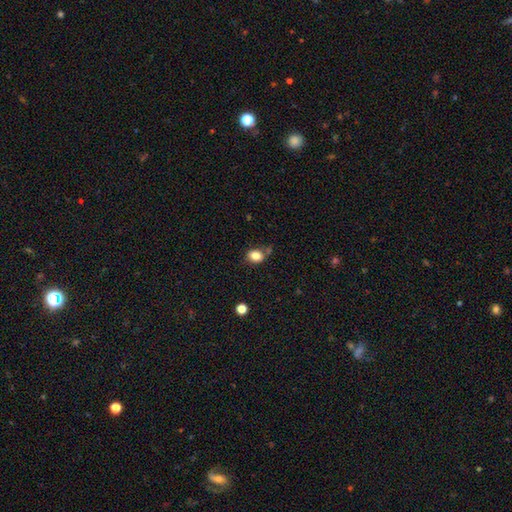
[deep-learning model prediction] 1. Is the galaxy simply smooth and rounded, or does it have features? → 83% smooth, 10% star or artifact, 7% featured or disk.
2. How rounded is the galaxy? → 56% in between, 43% round, 1% cigar-shaped.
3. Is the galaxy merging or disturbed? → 67% none, 19% minor disturbance, 10% merger, 5% major disturbance.